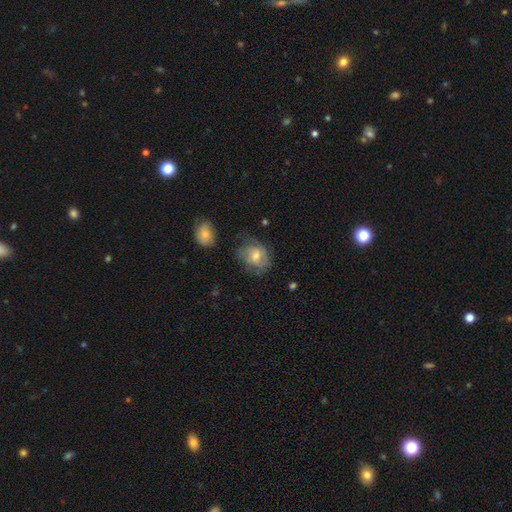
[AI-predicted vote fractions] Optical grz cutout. It shows a smooth galaxy with no disk features (52%) that is round (57%). Merging: none (54%).